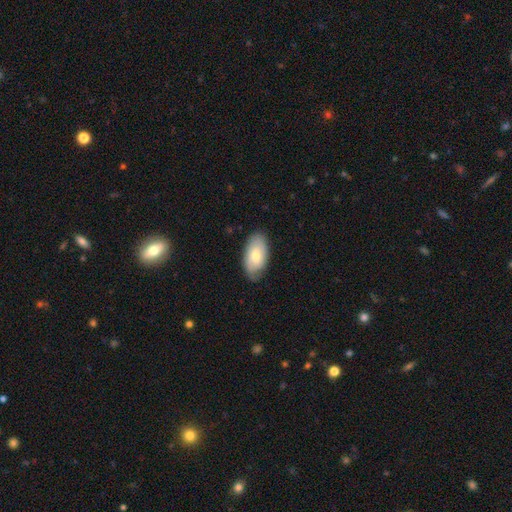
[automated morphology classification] A smooth galaxy with no disk features (66%) that is in between round and cigar-shaped (94%). Merging: none (79%).